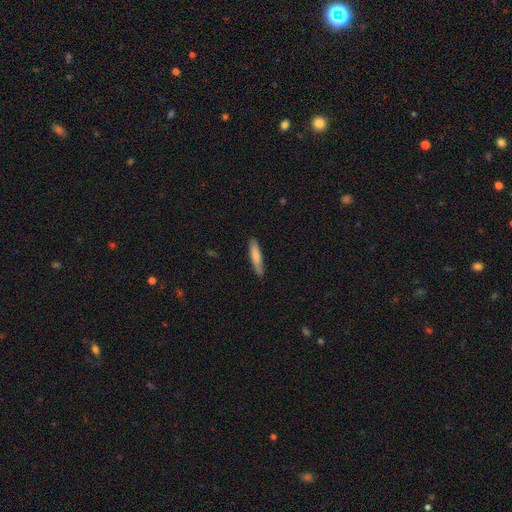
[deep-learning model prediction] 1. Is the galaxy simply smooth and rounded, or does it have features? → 78% smooth, 16% featured or disk, 5% star or artifact.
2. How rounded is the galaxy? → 87% cigar-shaped, 12% in between, 1% round.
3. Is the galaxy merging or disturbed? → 85% none, 12% minor disturbance, 2% major disturbance, 1% merger.